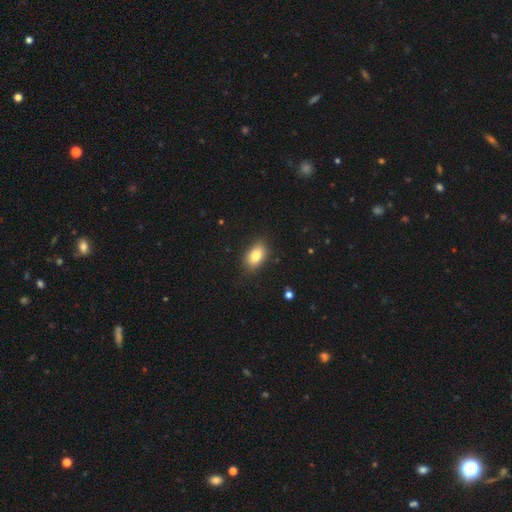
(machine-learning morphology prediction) smooth_or_featured: smooth (p=0.80) [alt: featured or disk p=0.12]
how_rounded: in between (p=0.87) [alt: round p=0.11]
merging: none (p=0.84) [alt: minor disturbance p=0.12]